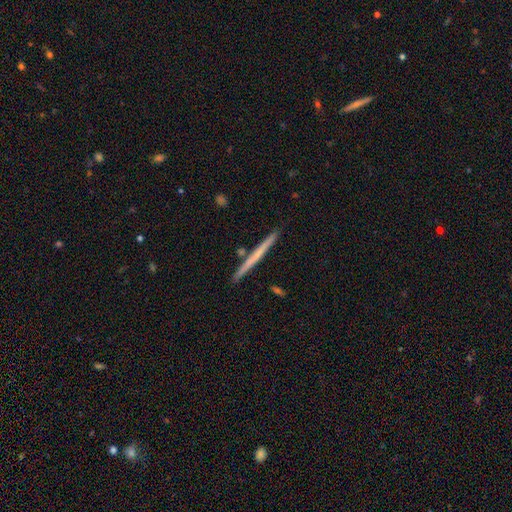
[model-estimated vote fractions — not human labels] Q: Smooth or featured?
A: featured or disk (48%); runner-up: smooth (47%)
Q: Merging?
A: none (91%); runner-up: minor disturbance (5%)